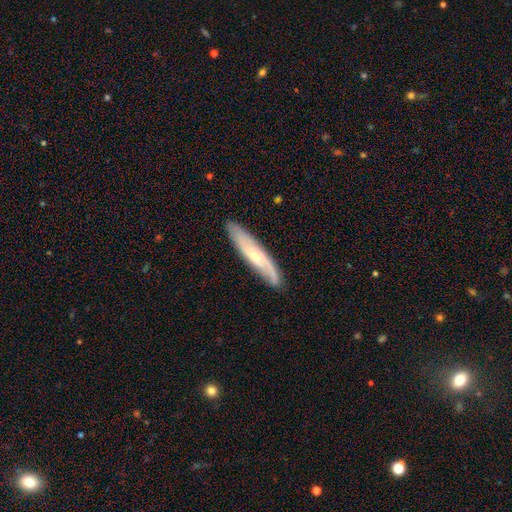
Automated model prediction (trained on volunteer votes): smooth_or_featured: featured or disk (p=0.59) [alt: smooth p=0.35]
disk_edge_on: no (p=0.55) [alt: yes p=0.45]
merging: none (p=0.83) [alt: minor disturbance p=0.13]